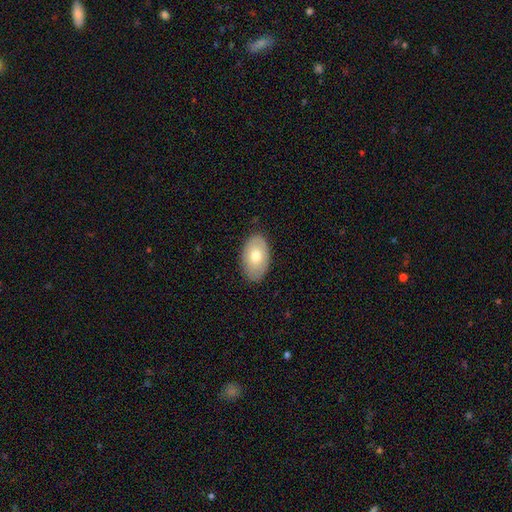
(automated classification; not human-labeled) Q: Smooth or featured?
A: smooth (72%); runner-up: featured or disk (22%)
Q: How rounded?
A: in between (92%); runner-up: round (7%)
Q: Merging?
A: none (85%); runner-up: minor disturbance (12%)